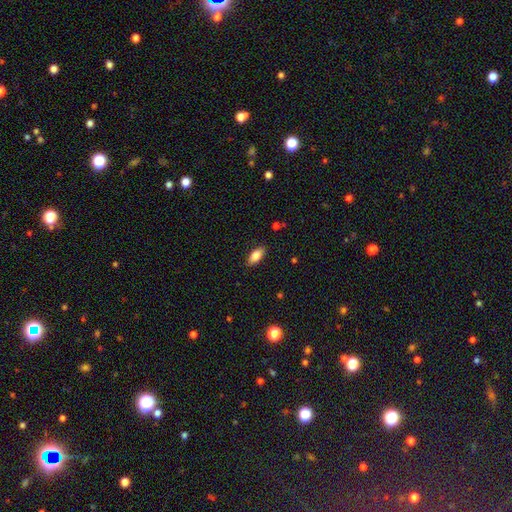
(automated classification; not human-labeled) smooth-or-featured: smooth: 82% | featured or disk: 11% | star or artifact: 7%
  how-rounded: in between: 87% | cigar-shaped: 10% | round: 3%
  merging: none: 87% | minor disturbance: 9% | major disturbance: 2% | merger: 1%